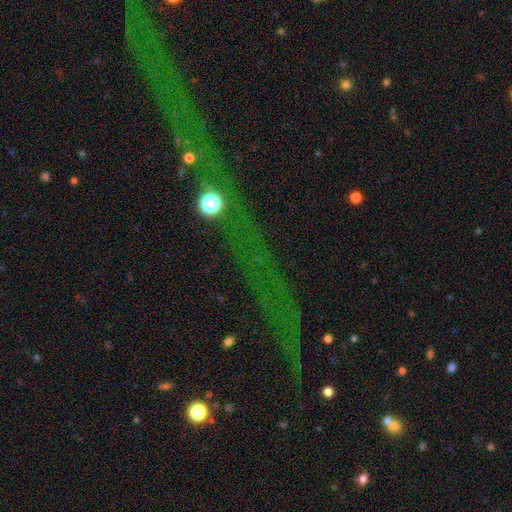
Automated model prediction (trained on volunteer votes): Smooth or featured? star or artifact (75%)